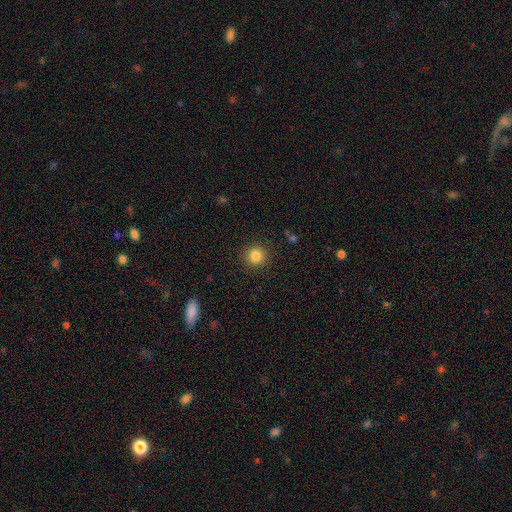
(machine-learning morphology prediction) The model was most divided on "smooth or featured": smooth: 84%, star or artifact: 11%, featured or disk: 5%. More confident: how rounded — round (93%); merging — none (90%).